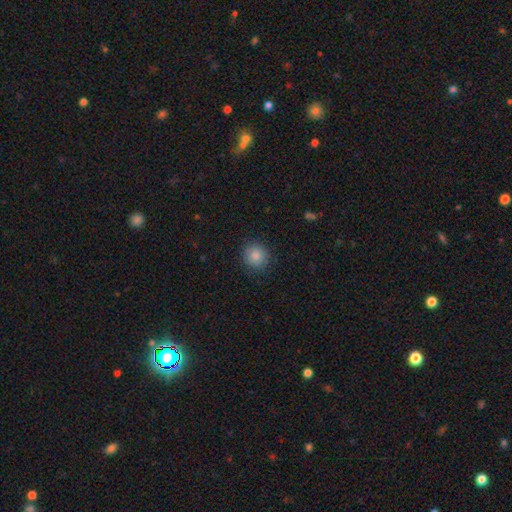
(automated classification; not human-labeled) smooth 86%, star or artifact 10%, featured or disk 5%. Down the decision tree: how rounded — round (92%); merging — none (89%).